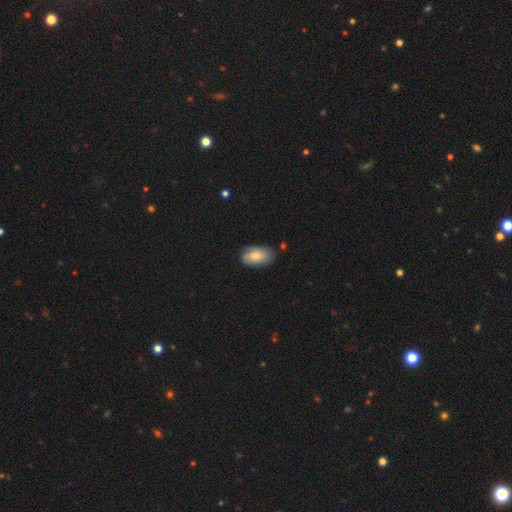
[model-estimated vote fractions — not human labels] smooth_or_featured: smooth (p=0.69) [alt: featured or disk p=0.24]
how_rounded: in between (p=0.93) [alt: round p=0.05]
merging: none (p=0.71) [alt: minor disturbance p=0.23]